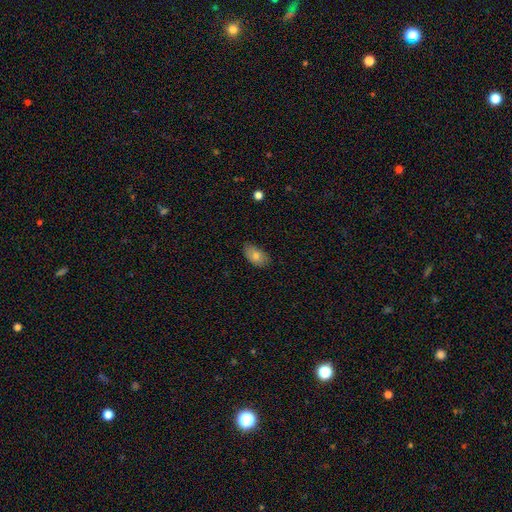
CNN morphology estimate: Q: Smooth or featured?
A: smooth (77%); runner-up: featured or disk (15%)
Q: How rounded?
A: in between (91%); runner-up: round (7%)
Q: Merging?
A: none (78%); runner-up: minor disturbance (18%)